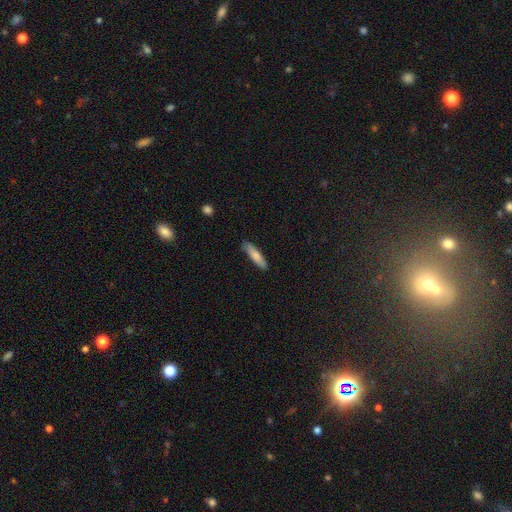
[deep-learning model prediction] A smooth galaxy with no disk features (77%) that is cigar-shaped (78%).

Vote fractions:
- Smooth or featured? smooth: 77% / featured or disk: 17% / star or artifact: 6%
- How rounded? cigar-shaped: 78% / in between: 21% / round: 1%
- Merging? none: 84% / minor disturbance: 13% / major disturbance: 2% / merger: 1%